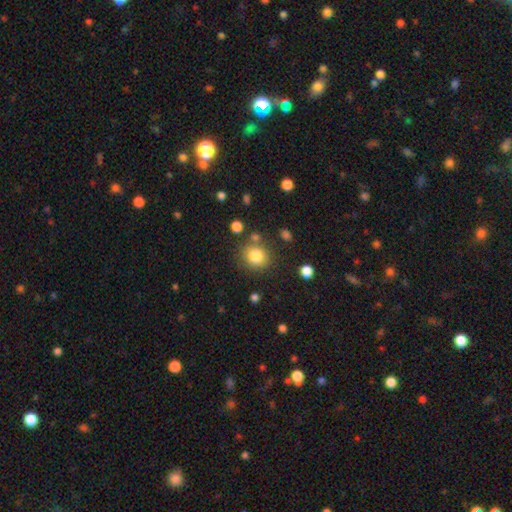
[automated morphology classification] This is clearly a smooth galaxy (81%). How rounded: likely round (79%). Merging: likely none (76%).